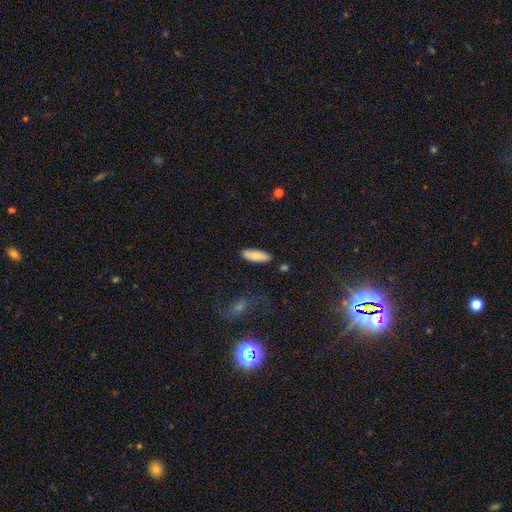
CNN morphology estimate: Overall: smooth (81%). How rounded: in between (63%; cigar-shaped 35%). Merging: none (83%).